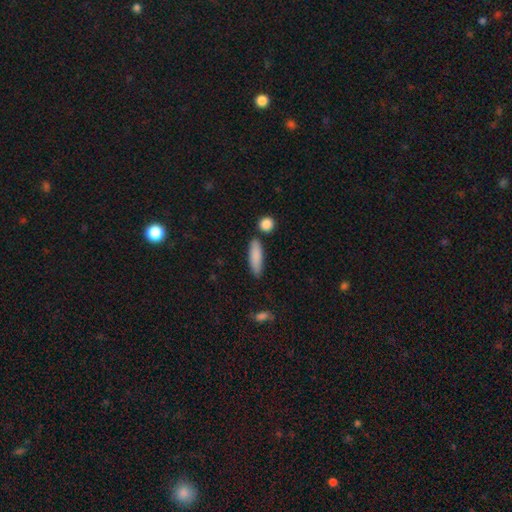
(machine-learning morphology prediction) Overall: smooth (86%). How rounded: cigar-shaped (54%; in between 43%). Merging: none (77%).